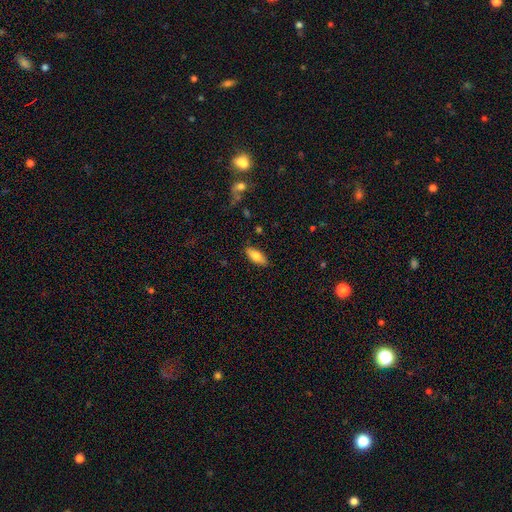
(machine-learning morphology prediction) A smooth galaxy with no disk features (79%) that is in between round and cigar-shaped (81%).

Vote fractions:
- Smooth or featured? smooth: 79% / featured or disk: 14% / star or artifact: 7%
- How rounded? in between: 81% / cigar-shaped: 17% / round: 2%
- Merging? none: 86% / minor disturbance: 10% / major disturbance: 2% / merger: 1%